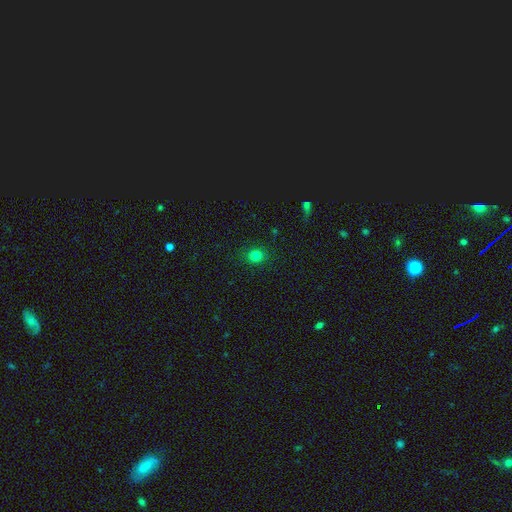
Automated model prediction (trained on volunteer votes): A smooth galaxy with no disk features (80%) that is round (76%). Merging: none (89%).